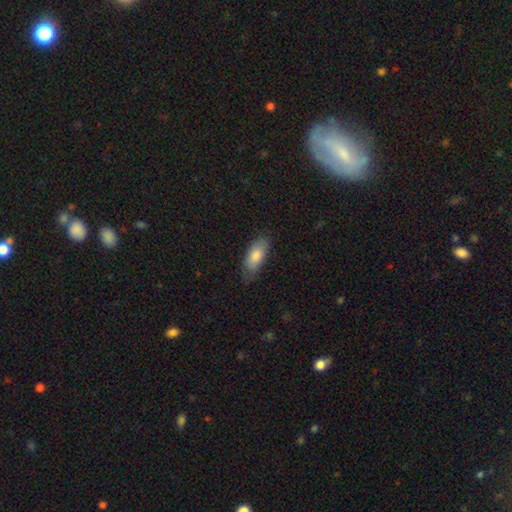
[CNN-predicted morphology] smooth_or_featured: smooth (p=0.81) [alt: featured or disk p=0.13]
how_rounded: in between (p=0.85) [alt: cigar-shaped p=0.13]
merging: none (p=0.72) [alt: minor disturbance p=0.22]